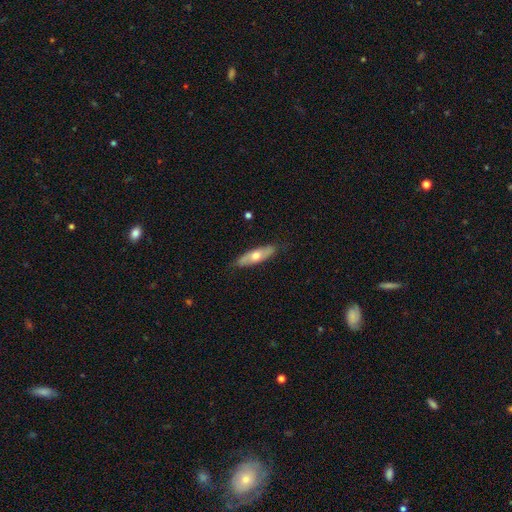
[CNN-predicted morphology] This is possibly a smooth galaxy (53%). How rounded: possibly in between (51%). Merging: clearly none (83%).